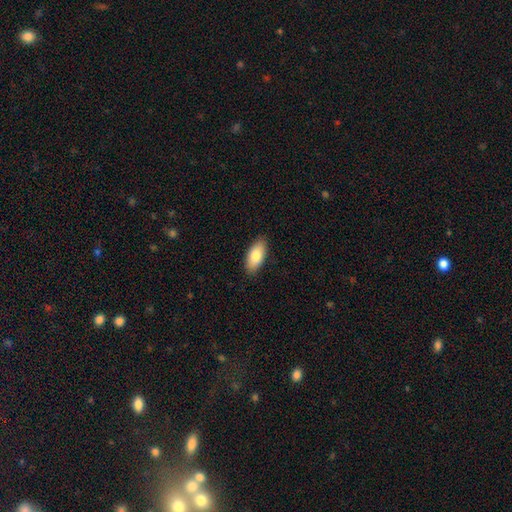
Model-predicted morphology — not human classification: This is clearly a smooth galaxy (82%). How rounded: clearly in between (90%). Merging: clearly none (88%).